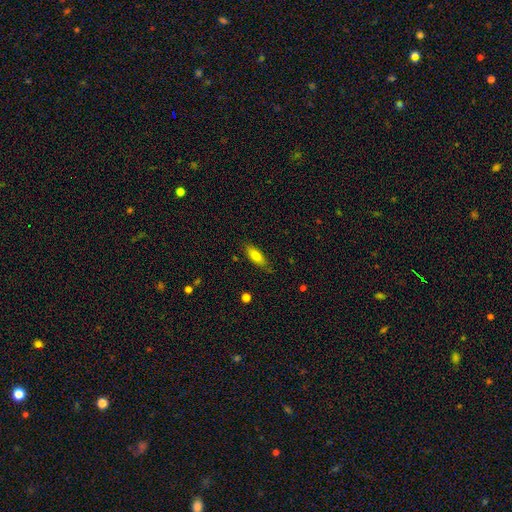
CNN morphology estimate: Smooth or featured: smooth — 78% (featured or disk — 15%)
How rounded: in between — 68% (cigar-shaped — 29%)
Merging: none — 79% (minor disturbance — 16%)